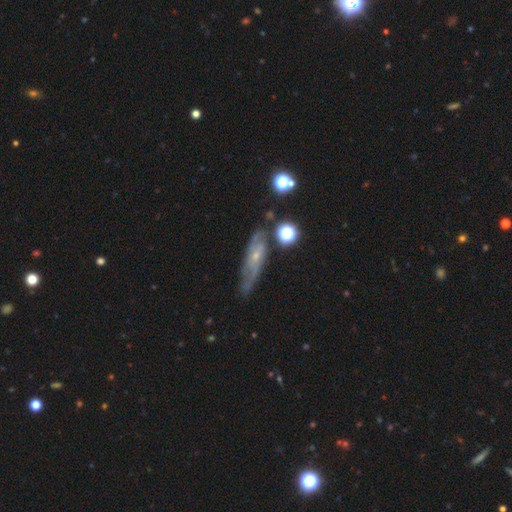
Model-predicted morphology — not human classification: Smooth or featured? featured or disk (68%)
Edge-on disk? no (71%)
Merging? none (65%)